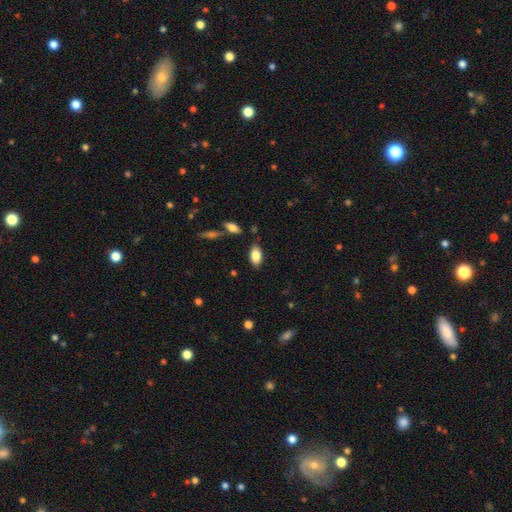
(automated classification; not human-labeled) Morphology: type=smooth (83%); roundness=in between (92%); merging=none (83%).